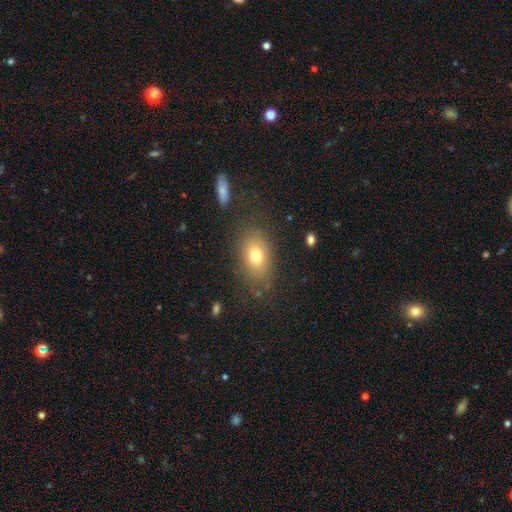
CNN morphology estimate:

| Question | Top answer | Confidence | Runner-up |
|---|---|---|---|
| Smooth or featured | smooth | 73% | featured or disk (16%) |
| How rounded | in between | 80% | round (18%) |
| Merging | none | 77% | minor disturbance (14%) |